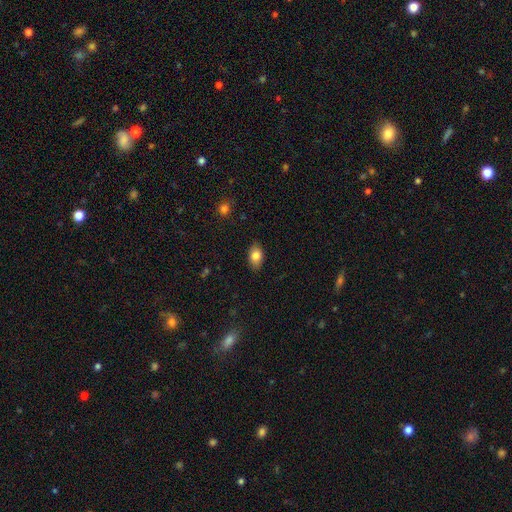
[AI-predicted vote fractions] Smooth or featured: smooth — 82% (featured or disk — 10%)
How rounded: in between — 87% (round — 11%)
Merging: none — 86% (minor disturbance — 11%)